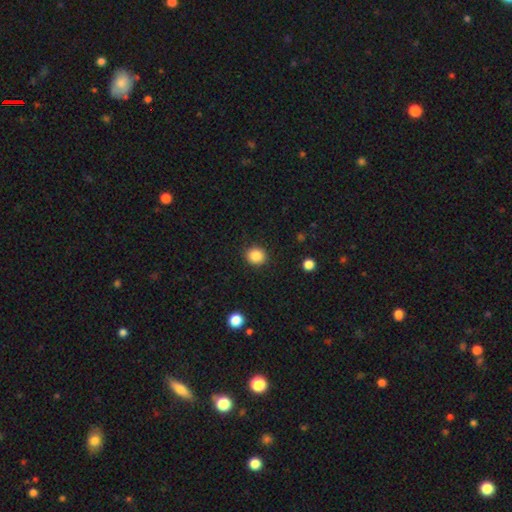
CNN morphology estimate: The model was most divided on "how rounded": round: 85%, in between: 14%, cigar-shaped: 1%. More confident: merging — none (90%); smooth or featured — smooth (86%).